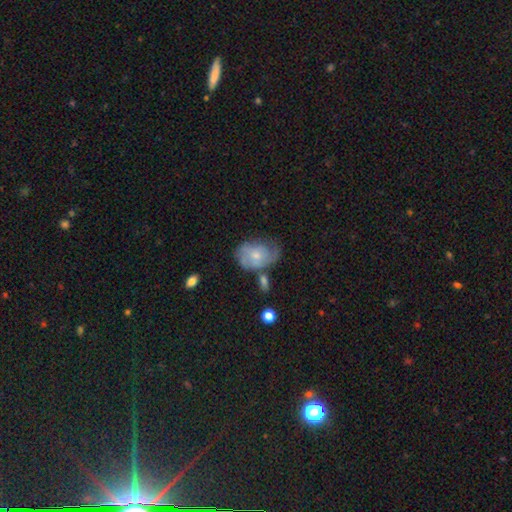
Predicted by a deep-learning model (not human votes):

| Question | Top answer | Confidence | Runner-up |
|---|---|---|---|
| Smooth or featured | featured or disk | 53% | smooth (40%) |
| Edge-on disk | no | 96% | yes (4%) |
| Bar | no | 76% | weak (21%) |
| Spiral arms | yes | 73% | no (27%) |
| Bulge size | small | 57% | moderate (35%) |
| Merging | none | 39% | minor disturbance (30%) |